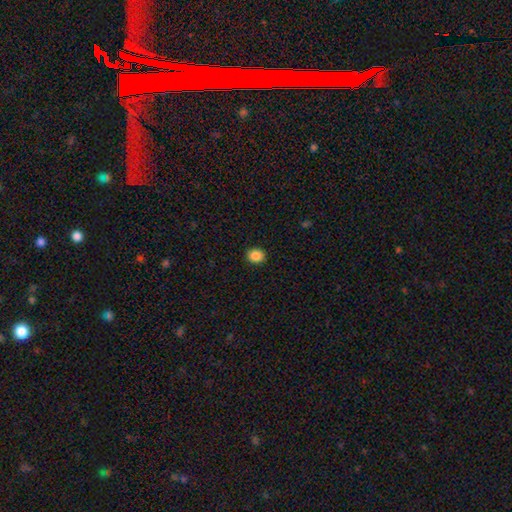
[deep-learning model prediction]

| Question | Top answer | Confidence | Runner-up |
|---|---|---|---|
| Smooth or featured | smooth | 87% | star or artifact (10%) |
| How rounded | round | 71% | in between (28%) |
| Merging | none | 91% | minor disturbance (6%) |